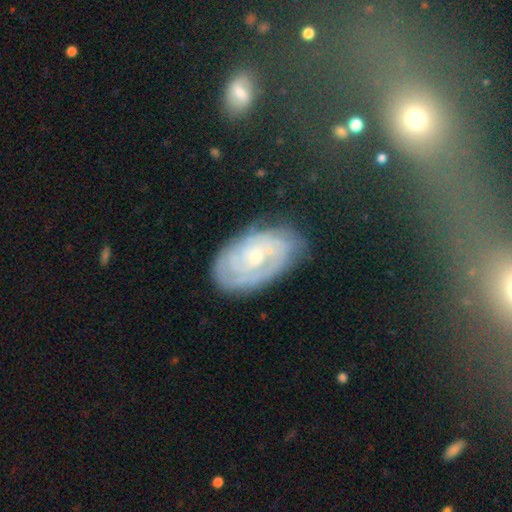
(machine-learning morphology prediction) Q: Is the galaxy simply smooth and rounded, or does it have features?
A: featured or disk — 79%.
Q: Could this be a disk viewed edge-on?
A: no — 96%.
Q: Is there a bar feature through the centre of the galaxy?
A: no — 75%.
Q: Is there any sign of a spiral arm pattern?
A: yes — 93%.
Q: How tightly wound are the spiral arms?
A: tight — 80%.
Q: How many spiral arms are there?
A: can't tell — 43%.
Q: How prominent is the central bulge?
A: small — 64%.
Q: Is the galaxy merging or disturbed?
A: none — 76%.